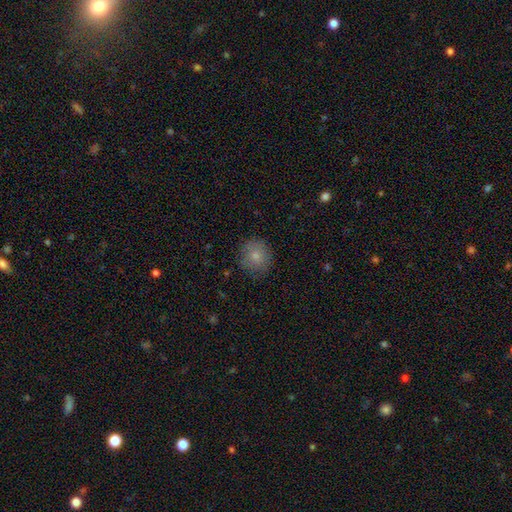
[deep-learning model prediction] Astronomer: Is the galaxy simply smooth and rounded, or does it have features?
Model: smooth — 80%.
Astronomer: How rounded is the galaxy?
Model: round — 90%.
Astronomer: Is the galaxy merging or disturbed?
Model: none — 83%.